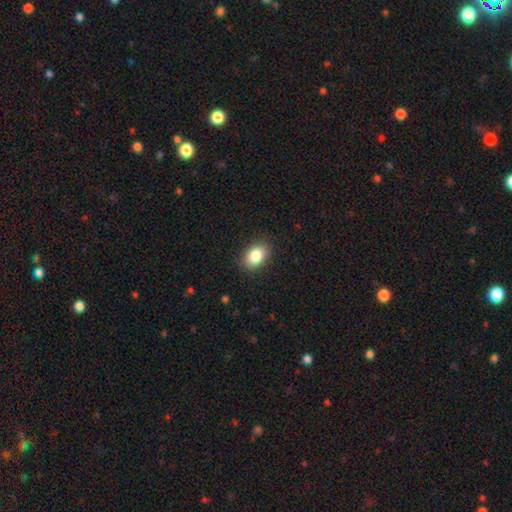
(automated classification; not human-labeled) This is clearly a smooth galaxy (84%). How rounded: clearly in between (82%). Merging: clearly none (87%).